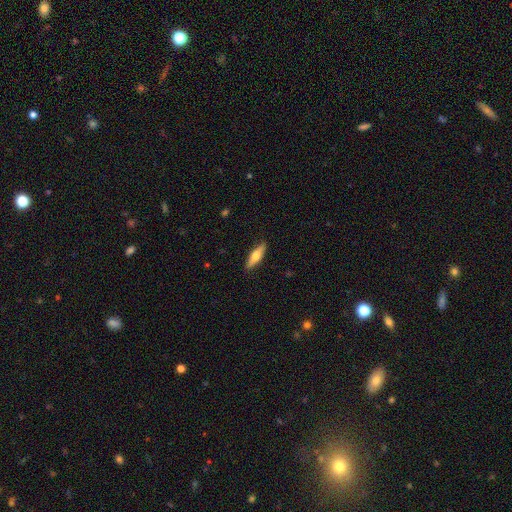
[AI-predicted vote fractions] A smooth galaxy with no disk features (56%) that is cigar-shaped (61%). Merging: none (88%).